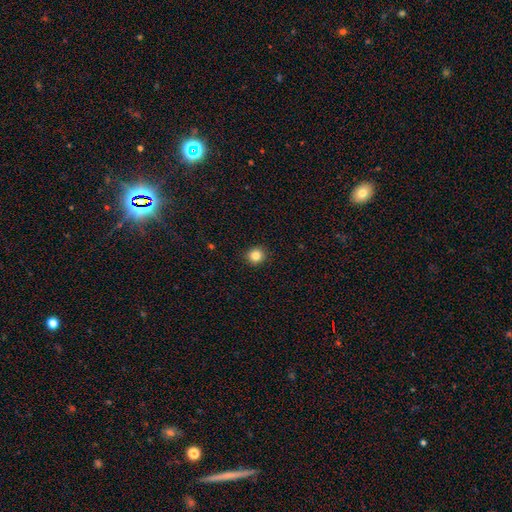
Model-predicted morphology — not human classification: Smooth or featured? smooth (84%)
How rounded? round (90%)
Merging? none (92%)